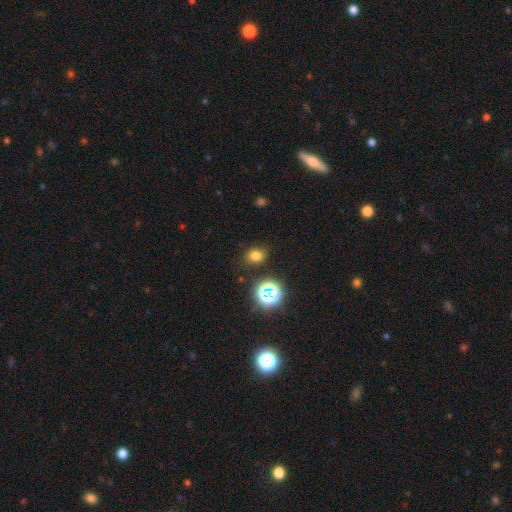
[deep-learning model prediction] Q: Smooth or featured?
A: smooth (73%); runner-up: star or artifact (21%)
Q: How rounded?
A: round (51%); runner-up: in between (48%)
Q: Merging?
A: none (82%); runner-up: minor disturbance (12%)